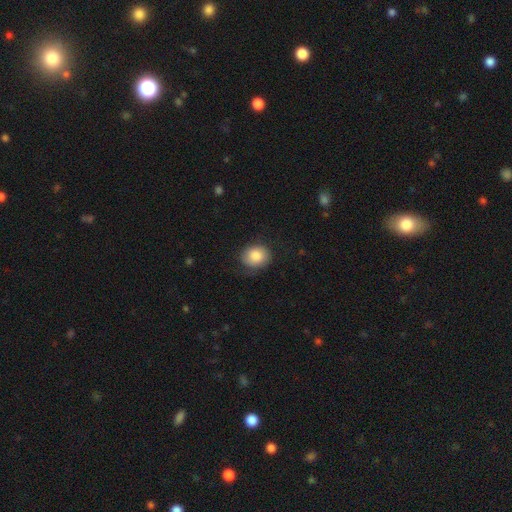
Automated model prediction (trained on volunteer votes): A smooth galaxy with no disk features (81%) that is round (66%).

Vote fractions:
- Smooth or featured? smooth: 81% / featured or disk: 12% / star or artifact: 7%
- How rounded? round: 66% / in between: 33% / cigar-shaped: 1%
- Merging? none: 69% / minor disturbance: 22% / major disturbance: 8% / merger: 1%